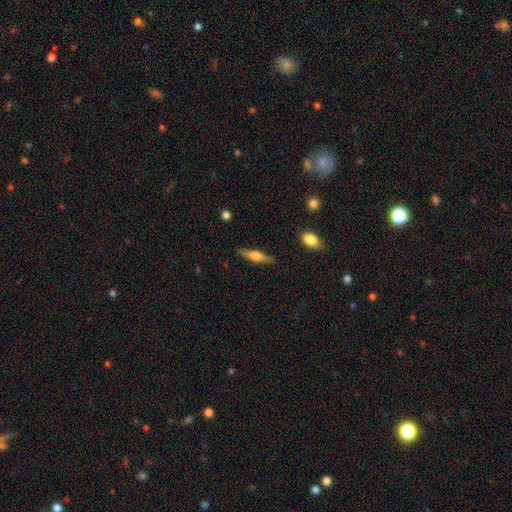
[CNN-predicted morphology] featured or disk 48%, smooth 46%, star or artifact 6%. Down the decision tree: merging — none (88%).